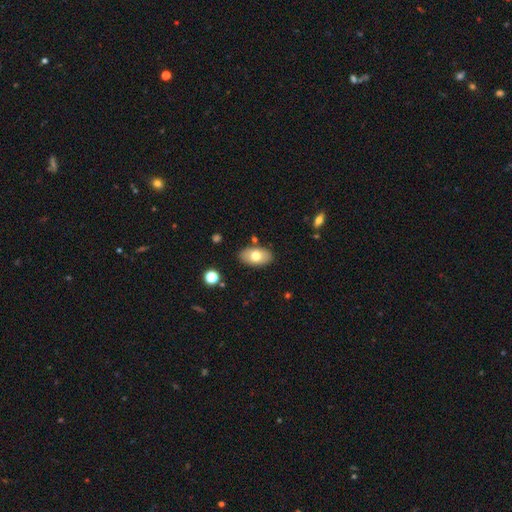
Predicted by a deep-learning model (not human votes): Smooth or featured? Predicted: smooth (p=0.72). How rounded? Predicted: in between (p=0.93). Merging? Predicted: none (p=0.85).